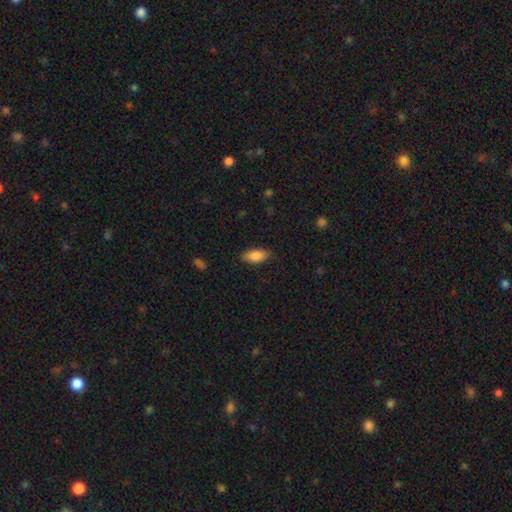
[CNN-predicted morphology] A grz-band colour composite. It shows a smooth galaxy with no disk features (86%) that is in between round and cigar-shaped (88%). Merging: none (83%).